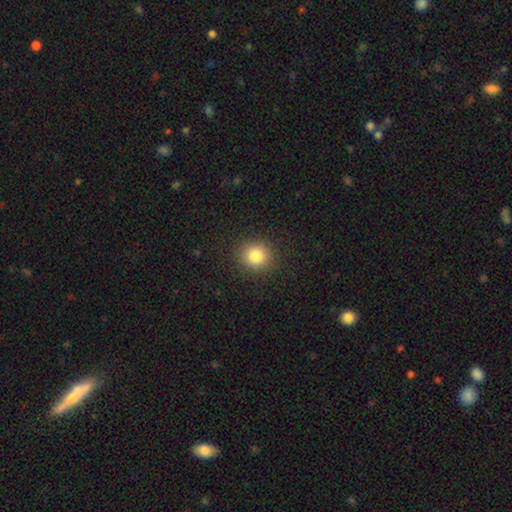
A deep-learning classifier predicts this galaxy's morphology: The model was most divided on "how rounded": round: 84%, in between: 15%, cigar-shaped: 1%. More confident: merging — none (90%); smooth or featured — smooth (84%).